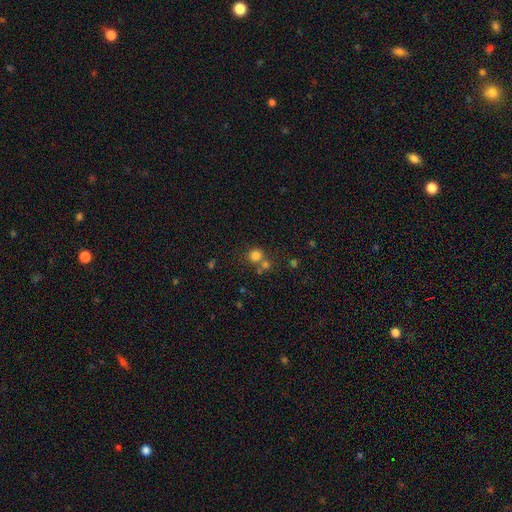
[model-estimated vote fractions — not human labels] Smooth or featured? smooth (77%)
How rounded? round (89%)
Merging? none (61%)